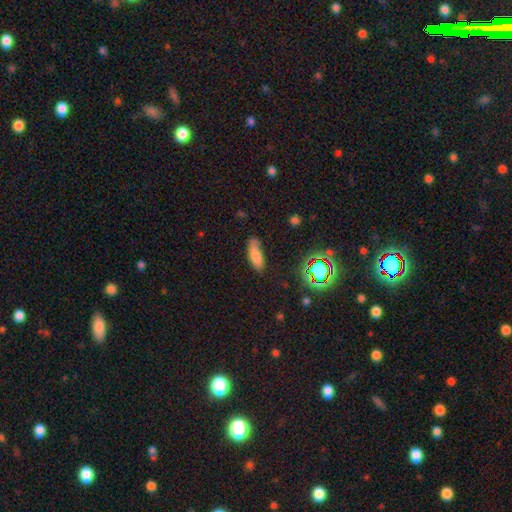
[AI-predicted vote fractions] Smooth or featured? Predicted: smooth (p=0.76). How rounded? Predicted: in between (p=0.62). Merging? Predicted: none (p=0.66).